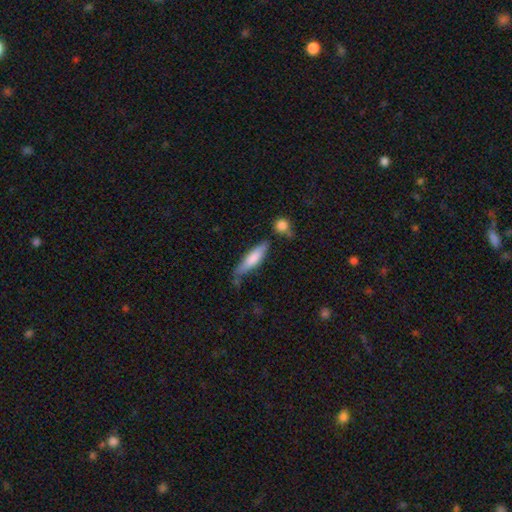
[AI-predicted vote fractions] Q: Smooth or featured?
A: smooth (65%); runner-up: featured or disk (28%)
Q: How rounded?
A: cigar-shaped (78%); runner-up: in between (20%)
Q: Merging?
A: none (64%); runner-up: minor disturbance (22%)